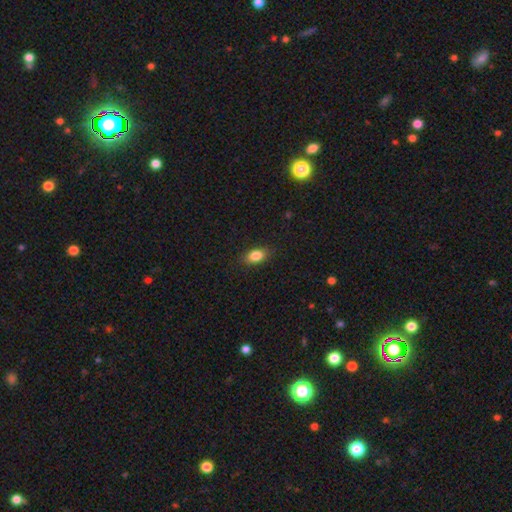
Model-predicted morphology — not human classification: smooth 85%, star or artifact 8%, featured or disk 7%. Down the decision tree: how rounded — in between (87%); merging — none (87%).